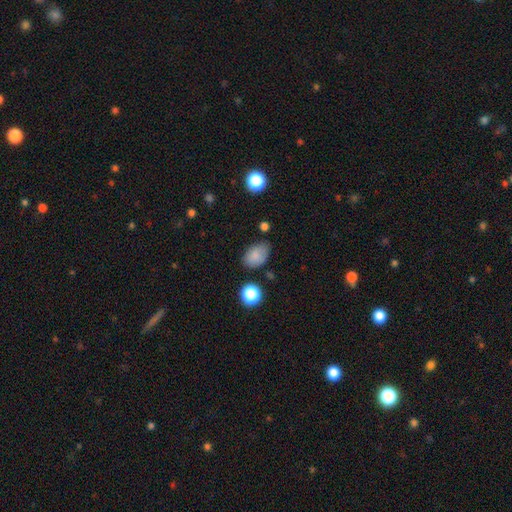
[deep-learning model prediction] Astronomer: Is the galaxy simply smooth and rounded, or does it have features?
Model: smooth — 83%.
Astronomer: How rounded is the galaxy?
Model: in between — 87%.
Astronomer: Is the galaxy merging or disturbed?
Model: none — 68%.